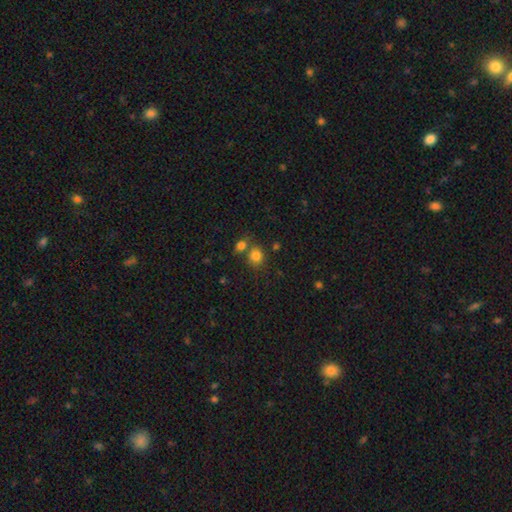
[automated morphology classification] A smooth galaxy with no disk features (81%) that is round (74%). Merging: none (58%).